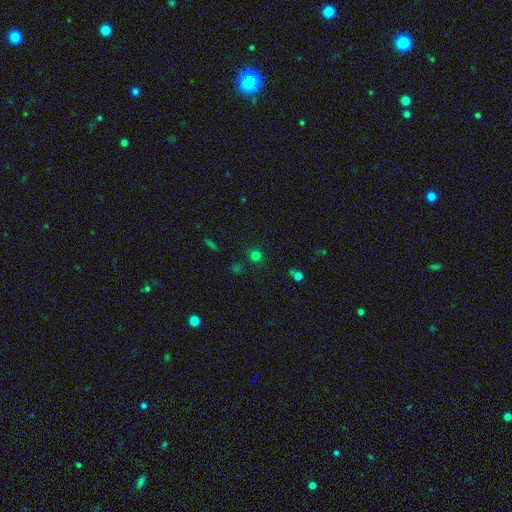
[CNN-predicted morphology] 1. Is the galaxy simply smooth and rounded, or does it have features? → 71% smooth, 24% star or artifact, 5% featured or disk.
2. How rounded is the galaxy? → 91% round, 8% in between, 1% cigar-shaped.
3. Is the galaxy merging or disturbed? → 84% none, 9% minor disturbance, 4% major disturbance, 3% merger.